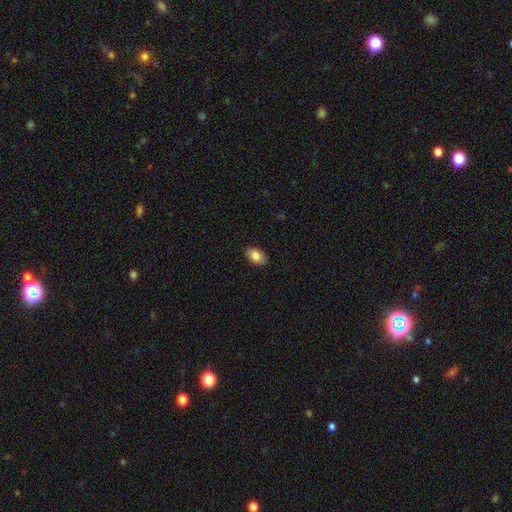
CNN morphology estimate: Overall: smooth (84%). How rounded: in between (89%). Merging: none (89%).